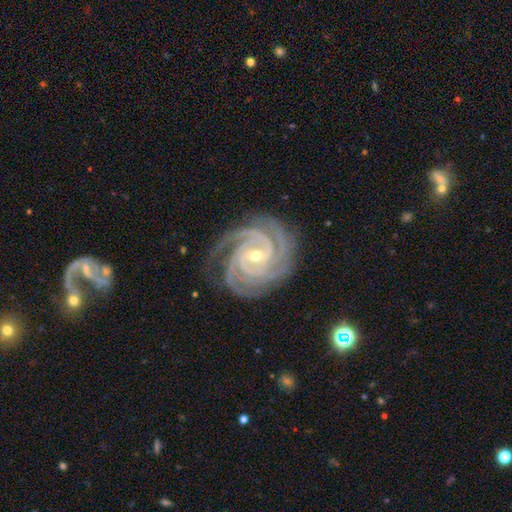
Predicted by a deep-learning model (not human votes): Q: Smooth or featured?
A: featured or disk (94%); runner-up: star or artifact (4%)
Q: Edge-on disk?
A: no (98%); runner-up: yes (2%)
Q: Bar?
A: weak (40%); runner-up: no (35%)
Q: Spiral arms?
A: yes (99%); runner-up: no (1%)
Q: Spiral winding?
A: tight (80%); runner-up: medium (18%)
Q: Spiral arm count?
A: 4 (39%); runner-up: 3 (33%)
Q: Bulge size?
A: small (62%); runner-up: moderate (35%)
Q: Merging?
A: none (82%); runner-up: minor disturbance (13%)